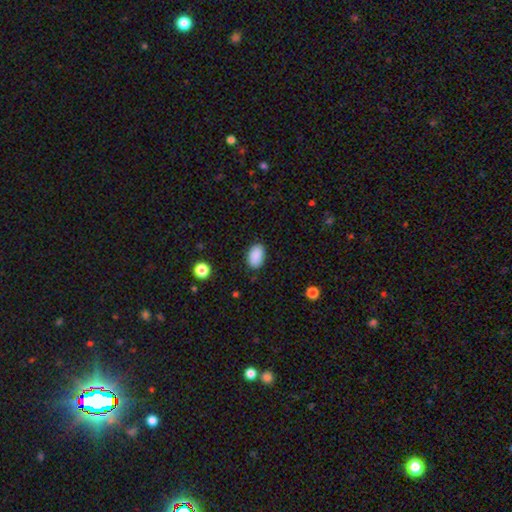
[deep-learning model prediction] The model was most divided on "merging": none: 86%, minor disturbance: 11%, major disturbance: 2%, merger: 1%. More confident: how rounded — in between (91%); smooth or featured — smooth (90%).